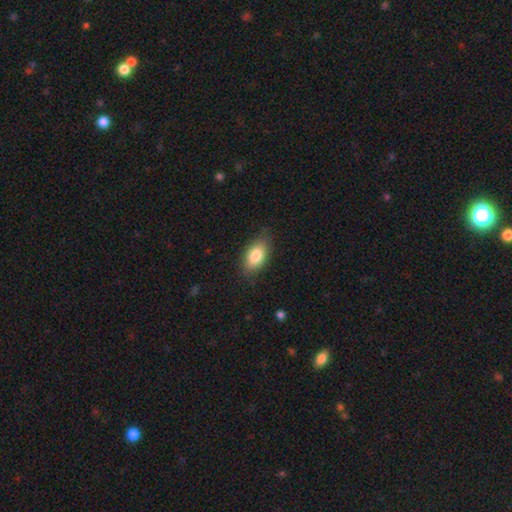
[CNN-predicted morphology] Smooth or featured: smooth — 82% (featured or disk — 11%)
How rounded: in between — 90% (round — 6%)
Merging: none — 80% (minor disturbance — 16%)